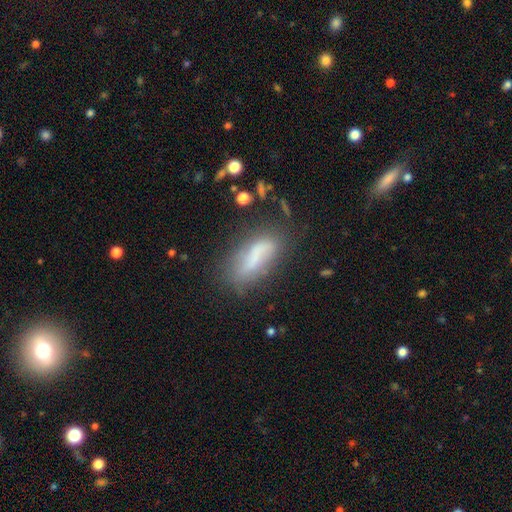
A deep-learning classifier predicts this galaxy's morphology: Smooth or featured? smooth (57%)
How rounded? in between (67%)
Merging? none (55%)